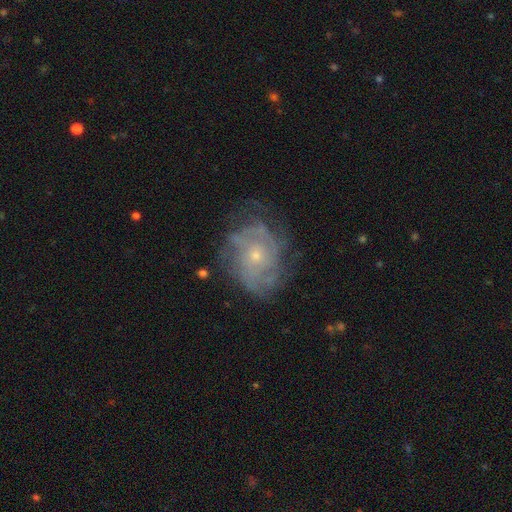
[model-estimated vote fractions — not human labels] smooth_or_featured: featured or disk (p=0.77) [alt: smooth p=0.14]
disk_edge_on: no (p=0.97) [alt: yes p=0.03]
bar: no (p=0.83) [alt: weak p=0.15]
has_spiral_arms: yes (p=0.84) [alt: no p=0.16]
spiral_winding: tight (p=0.57) [alt: medium p=0.31]
spiral_arm_count: can't tell (p=0.48) [alt: 2 p=0.14]
bulge_size: small (p=0.68) [alt: moderate p=0.28]
merging: none (p=0.66) [alt: minor disturbance p=0.21]